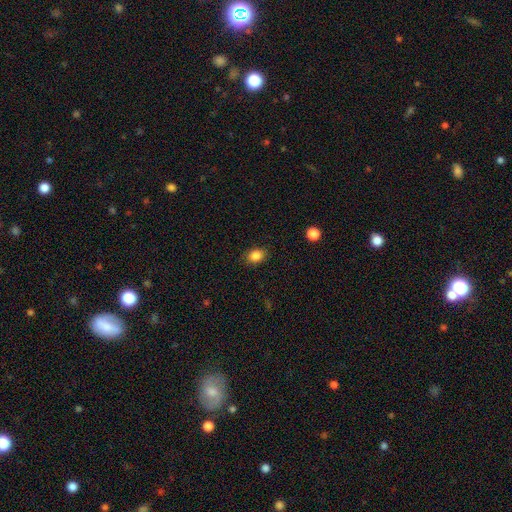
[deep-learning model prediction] Morphology: type=smooth (86%); roundness=in between (63%); merging=none (87%).